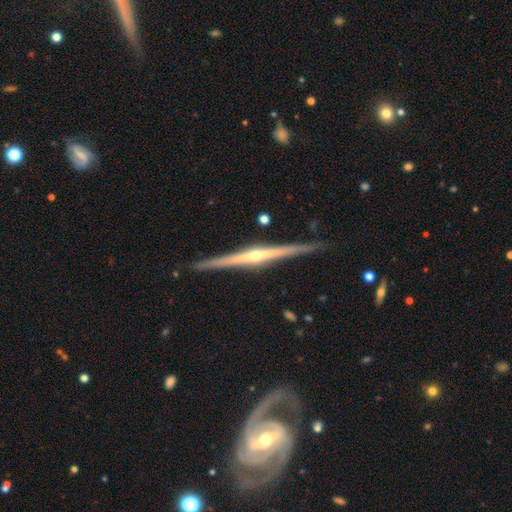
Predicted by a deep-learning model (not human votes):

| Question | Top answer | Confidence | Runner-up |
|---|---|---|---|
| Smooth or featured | featured or disk | 88% | smooth (8%) |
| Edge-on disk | yes | 97% | no (3%) |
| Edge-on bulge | rounded | 76% | none (16%) |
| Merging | none | 86% | minor disturbance (10%) |